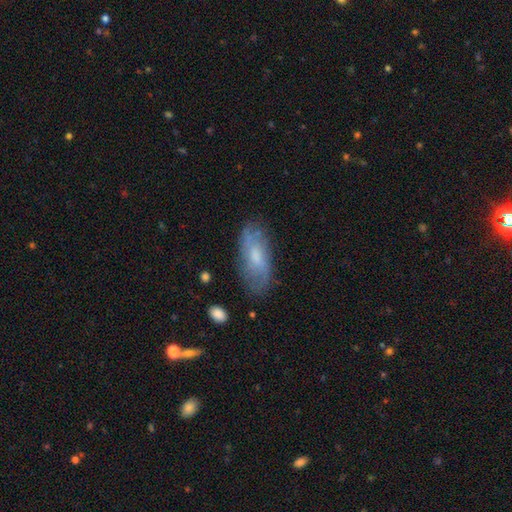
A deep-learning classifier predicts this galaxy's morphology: Overall: smooth (53%; featured or disk 40%). How rounded: in between (81%). Merging: none (72%).